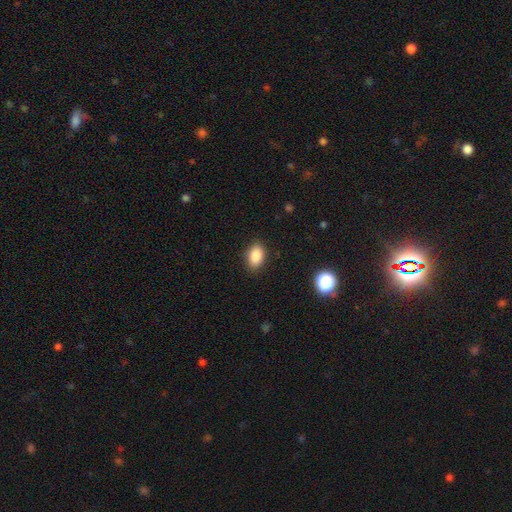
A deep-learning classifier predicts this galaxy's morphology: Smooth or featured?
  - smooth: 87% *
  - star or artifact: 9%
  - featured or disk: 4%
How rounded?
  - in between: 87% *
  - round: 11%
  - cigar-shaped: 2%
Merging?
  - none: 87% *
  - minor disturbance: 9%
  - major disturbance: 3%
  - merger: 1%